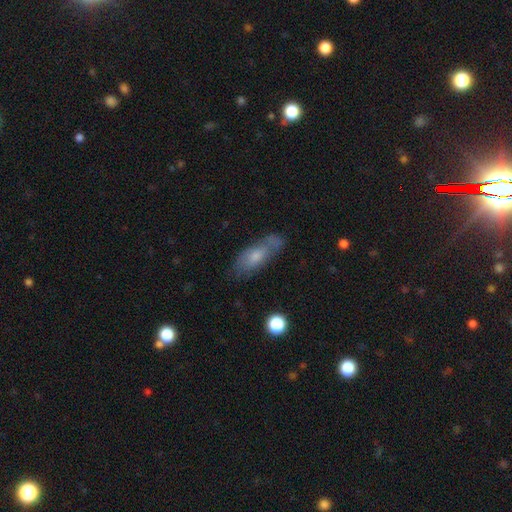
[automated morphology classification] type=smooth (54%); roundness=in between (66%); merging=none (62%).